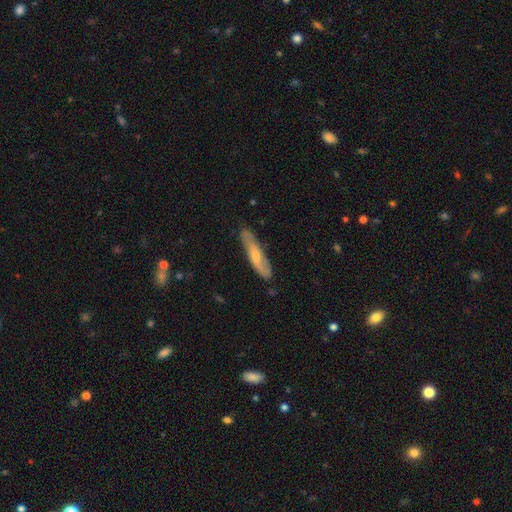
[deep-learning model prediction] Morphology: type=featured or disk (52%); edge-on=yes (51%); merging=none (79%).